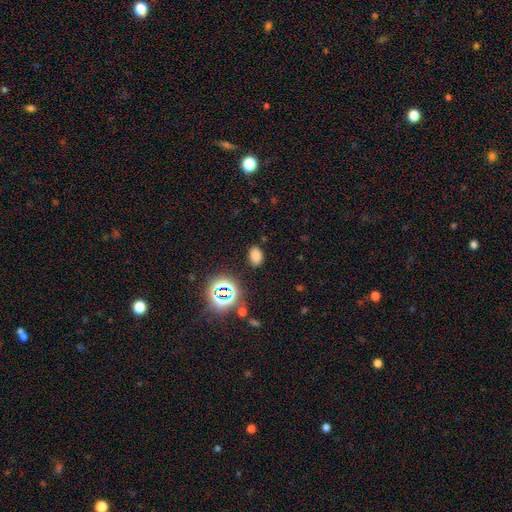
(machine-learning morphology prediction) Smooth or featured? Predicted: smooth (p=0.73). How rounded? Predicted: in between (p=0.85). Merging? Predicted: none (p=0.85).